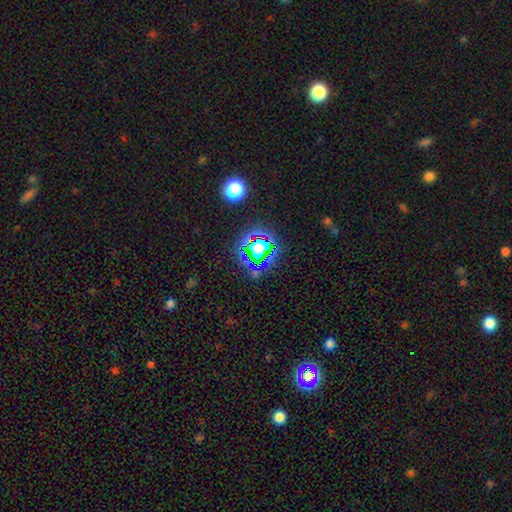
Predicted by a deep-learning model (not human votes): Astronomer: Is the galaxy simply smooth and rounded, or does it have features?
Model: star or artifact — 74%.